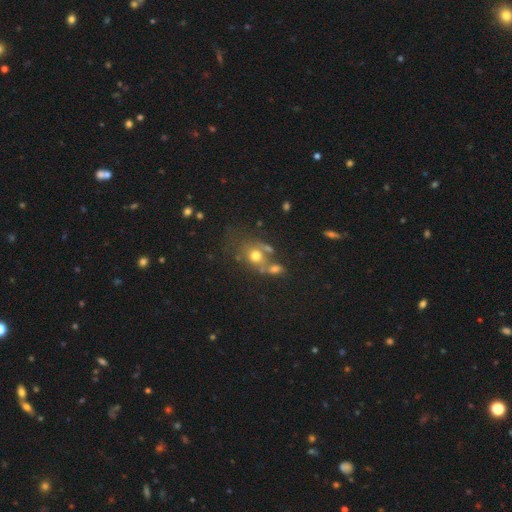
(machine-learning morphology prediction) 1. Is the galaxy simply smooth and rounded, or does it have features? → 66% smooth, 18% featured or disk, 15% star or artifact.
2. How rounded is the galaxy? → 57% round, 41% in between, 2% cigar-shaped.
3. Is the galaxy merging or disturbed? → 39% none, 35% merger, 15% minor disturbance, 11% major disturbance.